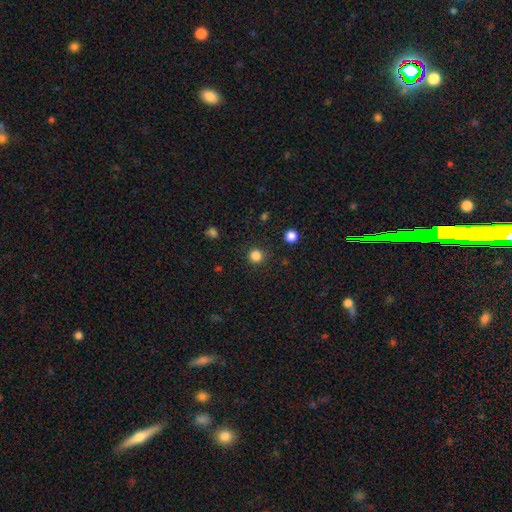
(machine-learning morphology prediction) A smooth galaxy with no disk features (84%) that is round (94%). Merging: none (90%).